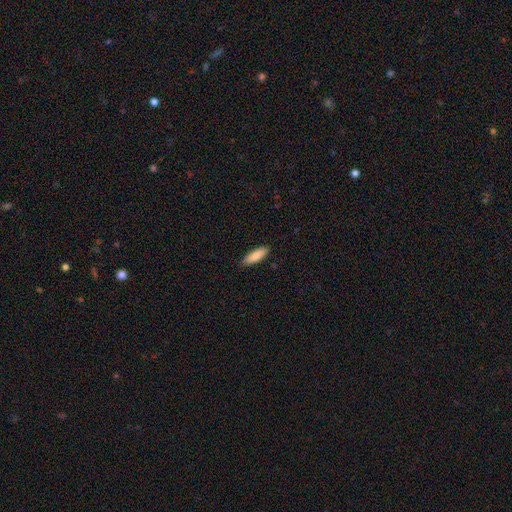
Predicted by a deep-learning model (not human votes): smooth_or_featured: smooth (p=0.87) [alt: featured or disk p=0.07]
how_rounded: cigar-shaped (p=0.51) [alt: in between p=0.47]
merging: none (p=0.87) [alt: minor disturbance p=0.10]